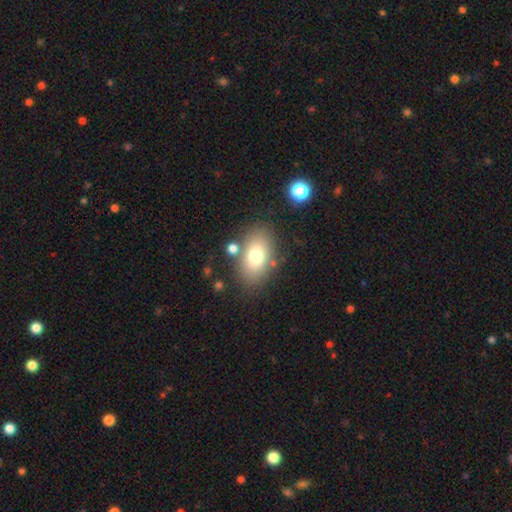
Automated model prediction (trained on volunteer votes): Q: Smooth or featured?
A: smooth (73%); runner-up: featured or disk (16%)
Q: How rounded?
A: in between (88%); runner-up: round (11%)
Q: Merging?
A: none (79%); runner-up: minor disturbance (11%)